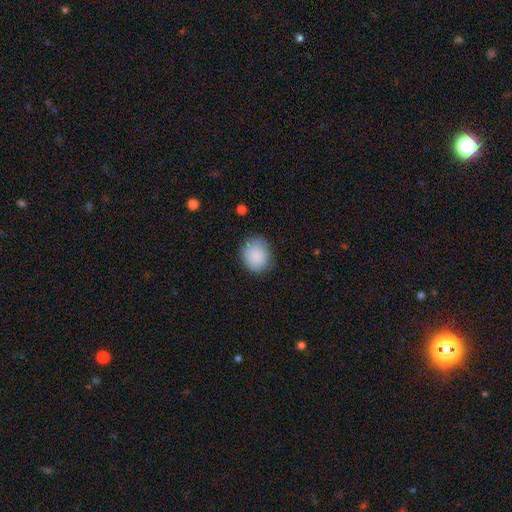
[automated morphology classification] This is clearly a smooth galaxy (88%). How rounded: likely round (70%). Merging: likely none (78%).